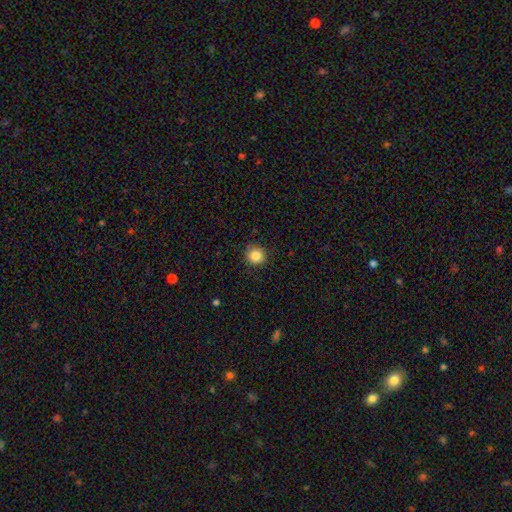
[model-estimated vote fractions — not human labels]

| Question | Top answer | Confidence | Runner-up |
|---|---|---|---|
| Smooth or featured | smooth | 85% | star or artifact (10%) |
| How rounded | round | 93% | in between (6%) |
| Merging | none | 89% | minor disturbance (7%) |